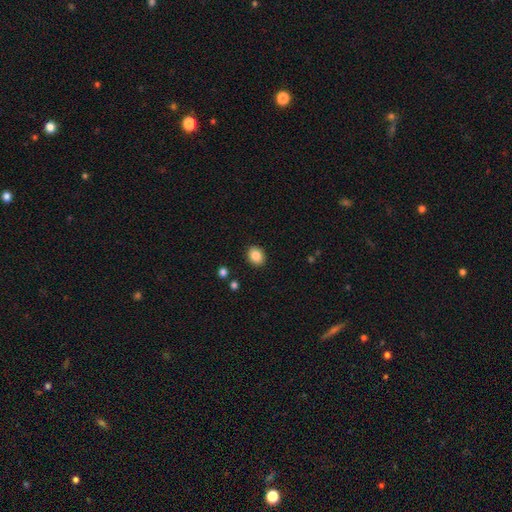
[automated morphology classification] type=smooth (86%); roundness=round (55%); merging=none (90%).